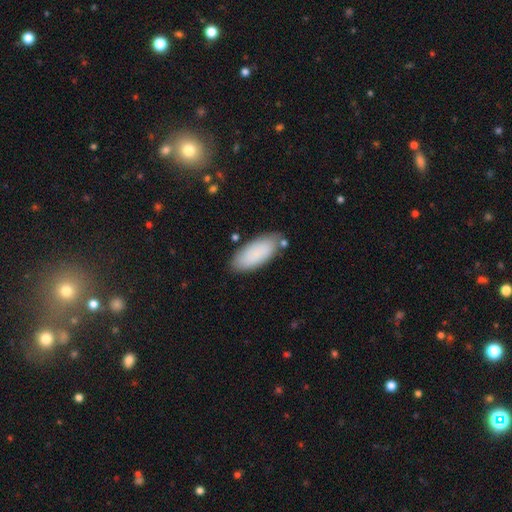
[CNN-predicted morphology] smooth 85%, featured or disk 9%, star or artifact 6%. Down the decision tree: how rounded — in between (85%); merging — none (77%).